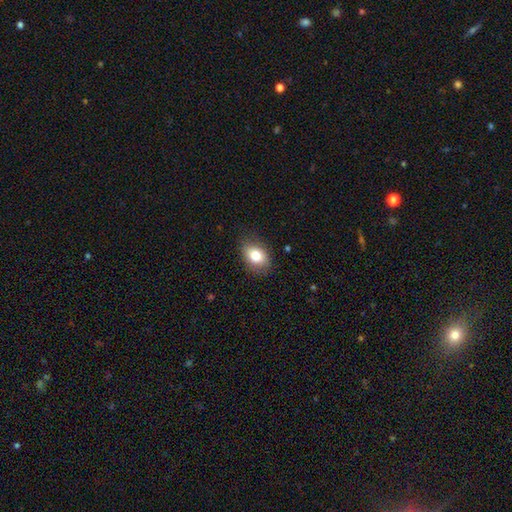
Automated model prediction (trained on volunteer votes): A smooth galaxy with no disk features (80%) that is in between round and cigar-shaped (78%). Merging: none (80%).